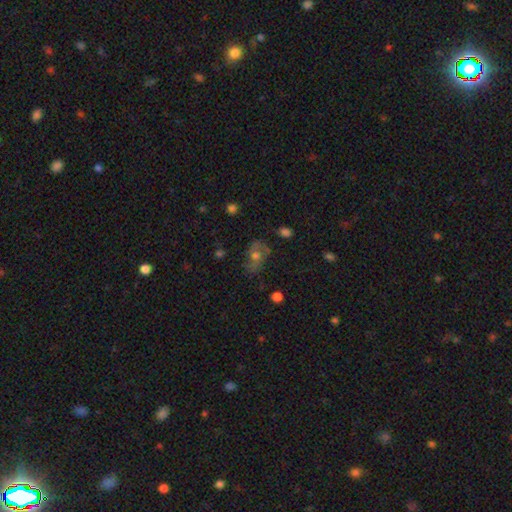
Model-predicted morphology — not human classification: Smooth or featured? Predicted: featured or disk (p=0.50). Merging? Predicted: none (p=0.67).